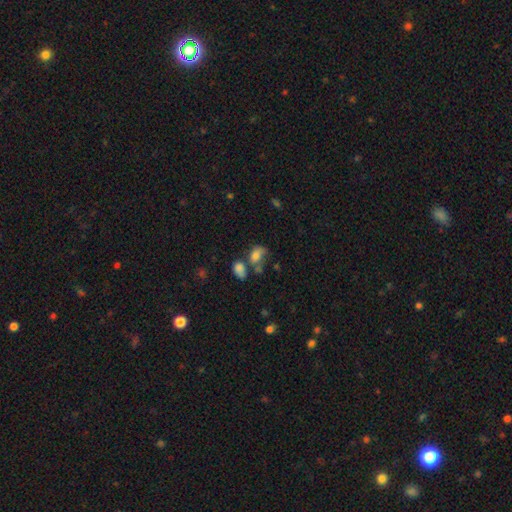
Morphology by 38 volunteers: smooth 76%, featured or disk 18%, star or artifact 5%. Down the decision tree: how rounded — in between (93%); merging — none (33%).